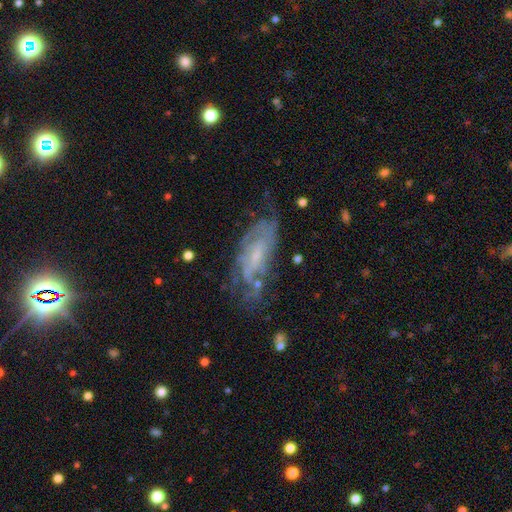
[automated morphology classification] Smooth or featured? Predicted: featured or disk (p=0.71). Edge-on disk? Predicted: no (p=0.88). Bar? Predicted: no (p=0.46). Spiral arms? Predicted: yes (p=0.79). Bulge size? Predicted: small (p=0.56). Merging? Predicted: none (p=0.54).